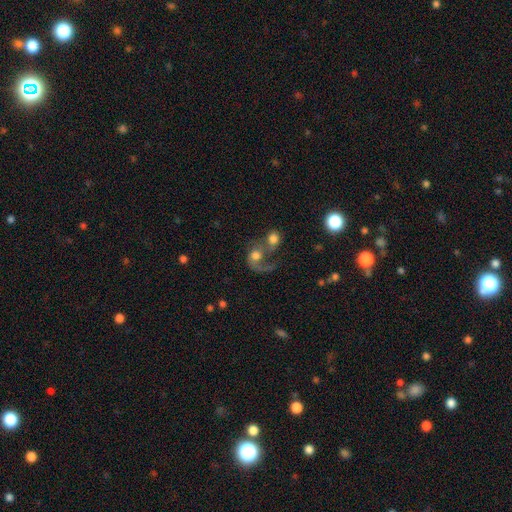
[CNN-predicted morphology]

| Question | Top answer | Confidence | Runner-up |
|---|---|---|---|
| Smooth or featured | featured or disk | 55% | smooth (35%) |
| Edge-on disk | no | 97% | yes (3%) |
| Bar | no | 75% | weak (21%) |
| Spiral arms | yes | 79% | no (21%) |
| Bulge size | moderate | 45% | large (31%) |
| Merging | merger | 61% | major disturbance (19%) |